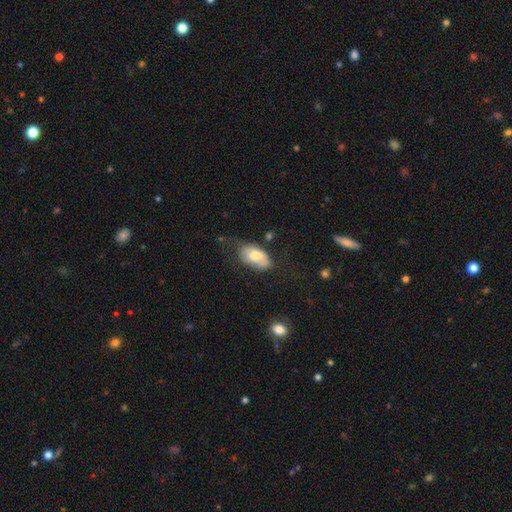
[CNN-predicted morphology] smooth-or-featured: smooth: 63% | featured or disk: 30% | star or artifact: 7%
  how-rounded: in between: 93% | round: 4% | cigar-shaped: 2%
  merging: none: 39% | minor disturbance: 33% | major disturbance: 22% | merger: 6%